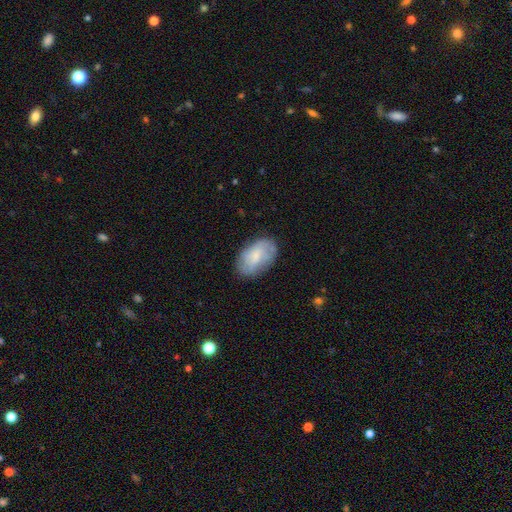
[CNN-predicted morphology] smooth-or-featured: smooth: 65% | featured or disk: 29% | star or artifact: 7%
  how-rounded: in between: 93% | round: 6% | cigar-shaped: 2%
  merging: none: 75% | minor disturbance: 19% | major disturbance: 5% | merger: 1%